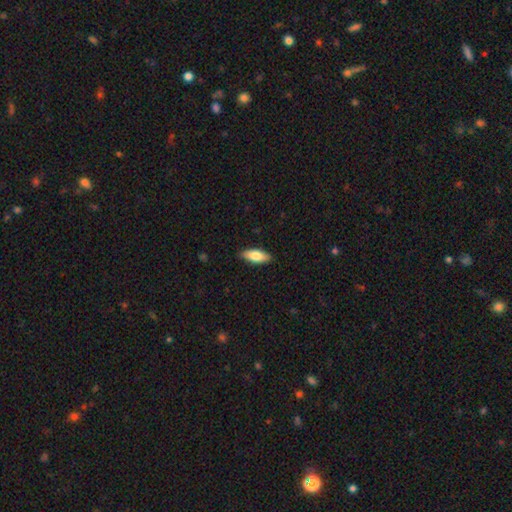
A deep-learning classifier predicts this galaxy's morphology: Smooth or featured? smooth (77%)
How rounded? in between (76%)
Merging? none (87%)